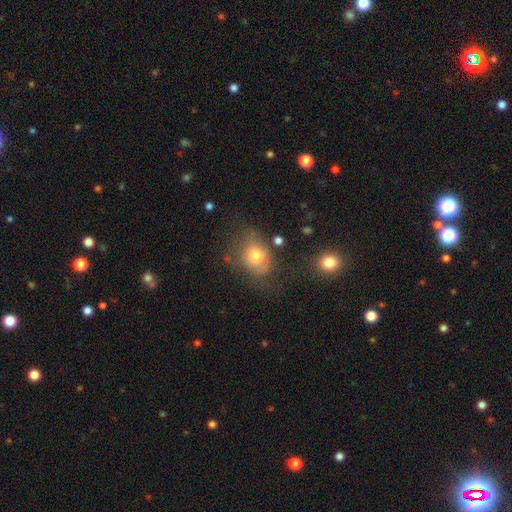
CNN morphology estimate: This appears to be a smooth galaxy with no disk features (69%) that is in between round and cigar-shaped (57%). Merging: none (45%).